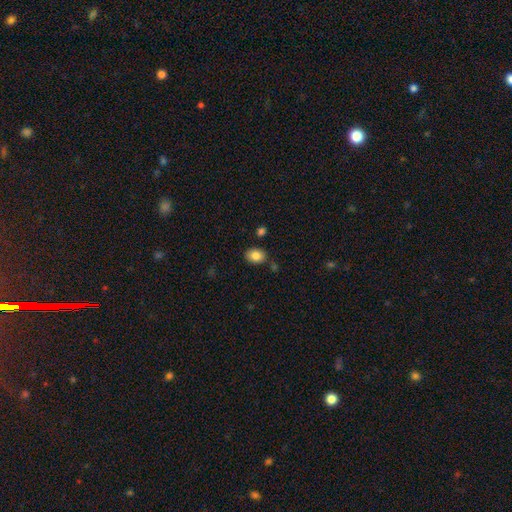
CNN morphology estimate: smooth_or_featured: smooth (p=0.85) [alt: star or artifact p=0.09]
how_rounded: in between (p=0.69) [alt: round p=0.30]
merging: none (p=0.81) [alt: minor disturbance p=0.11]